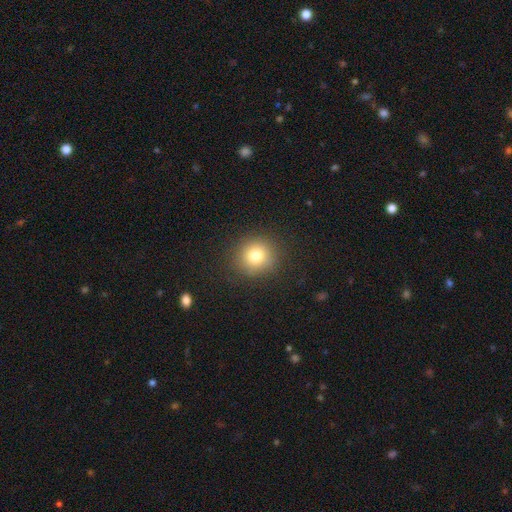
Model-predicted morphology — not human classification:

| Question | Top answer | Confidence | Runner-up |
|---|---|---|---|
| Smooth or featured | smooth | 79% | star or artifact (12%) |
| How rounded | round | 90% | in between (9%) |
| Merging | none | 88% | minor disturbance (8%) |